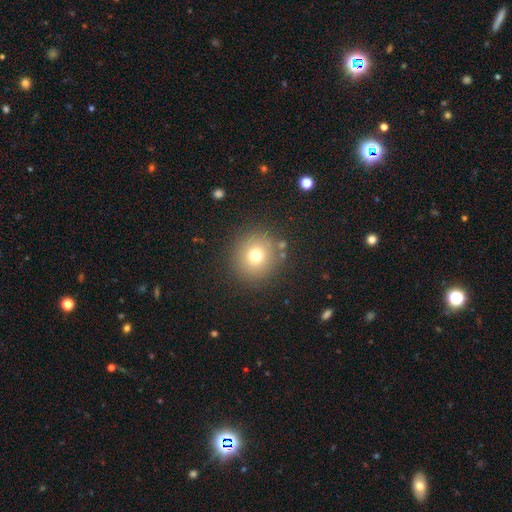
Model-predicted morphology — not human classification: Smooth or featured? smooth (72%)
How rounded? round (93%)
Merging? none (85%)